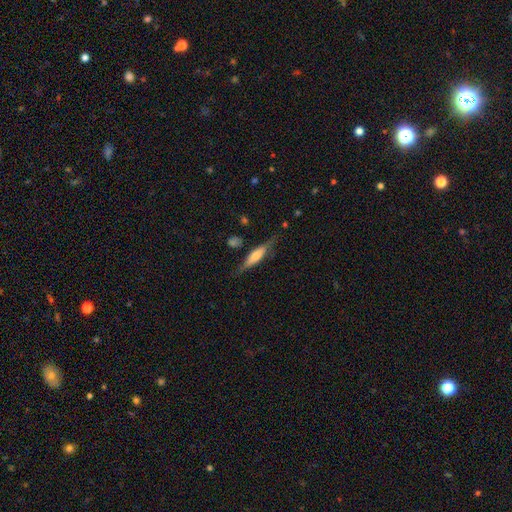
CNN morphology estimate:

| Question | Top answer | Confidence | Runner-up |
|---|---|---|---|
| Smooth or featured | smooth | 47% | tied: featured or disk (47%) |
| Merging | none | 71% | minor disturbance (19%) |